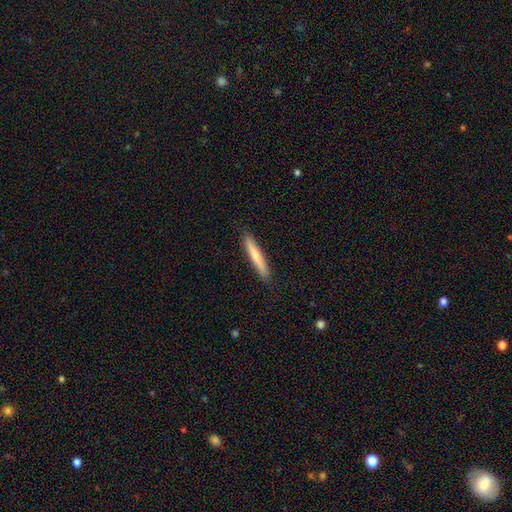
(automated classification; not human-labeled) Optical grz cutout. It shows a smooth galaxy with no disk features (64%) that is cigar-shaped (94%). Merging: none (89%).